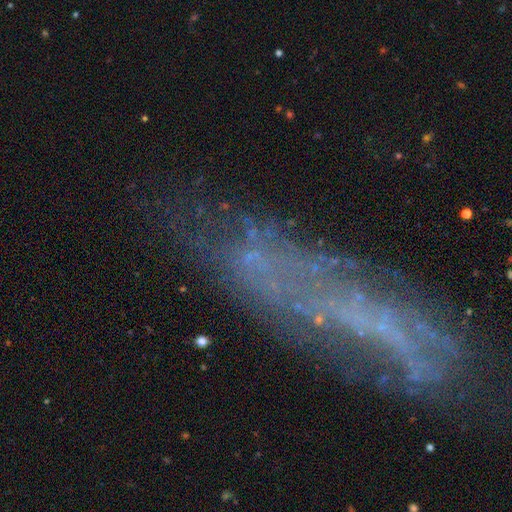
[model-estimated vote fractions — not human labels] This is possibly a featured or disk galaxy (46%). Merging: possibly none (52%).